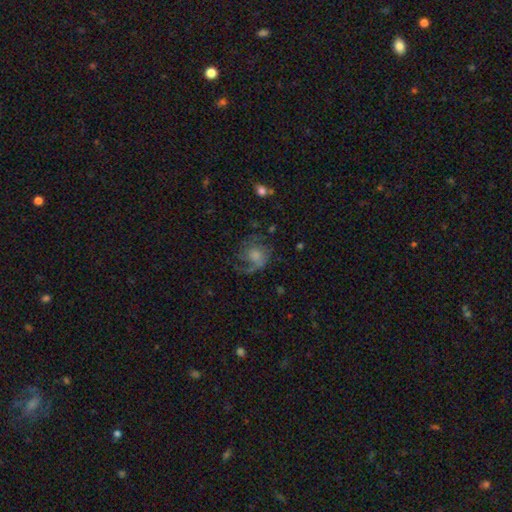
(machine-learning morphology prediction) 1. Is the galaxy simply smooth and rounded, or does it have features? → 58% featured or disk, 27% smooth, 15% star or artifact.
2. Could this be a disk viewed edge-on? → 97% no, 3% yes.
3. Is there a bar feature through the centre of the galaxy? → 75% no, 22% weak, 3% strong.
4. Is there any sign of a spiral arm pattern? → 83% yes, 17% no.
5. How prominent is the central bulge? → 45% moderate, 32% small, 11% large, 9% none, 2% dominant.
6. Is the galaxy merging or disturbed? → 54% none, 25% major disturbance, 19% minor disturbance, 2% merger.